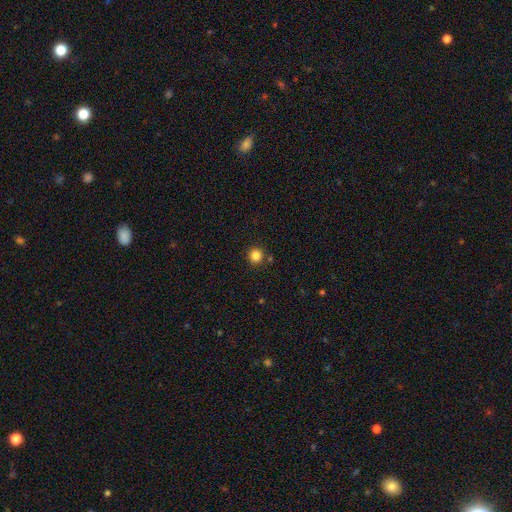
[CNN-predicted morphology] Smooth or featured: smooth — 84% (star or artifact — 12%)
How rounded: round — 94% (in between — 5%)
Merging: none — 88% (minor disturbance — 6%)